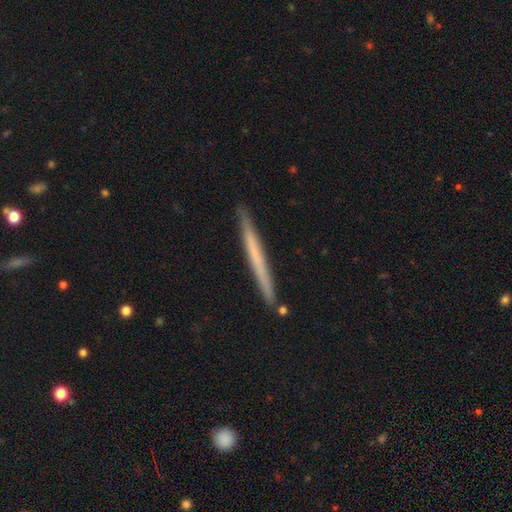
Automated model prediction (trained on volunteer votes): Morphology: type=smooth (53%); roundness=cigar-shaped (97%); merging=none (90%).